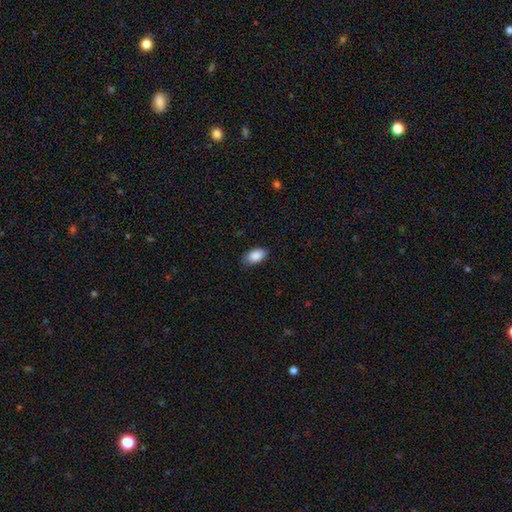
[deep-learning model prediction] This is clearly a smooth galaxy (88%). How rounded: clearly in between (93%). Merging: likely none (79%).